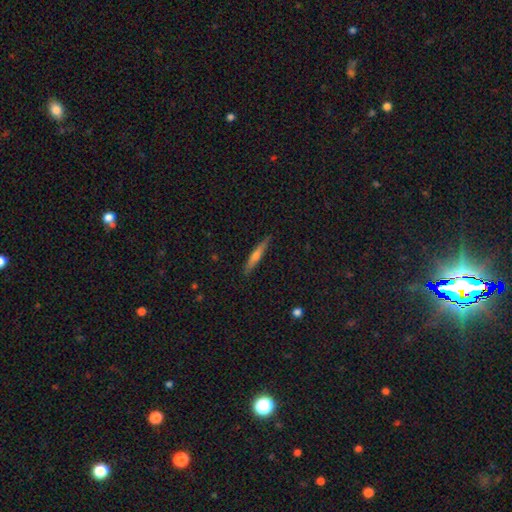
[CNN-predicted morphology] featured or disk 53%, smooth 39%, star or artifact 7%. Down the decision tree: edge-on disk — yes (97%); edge-on bulge — rounded (73%); merging — none (90%).